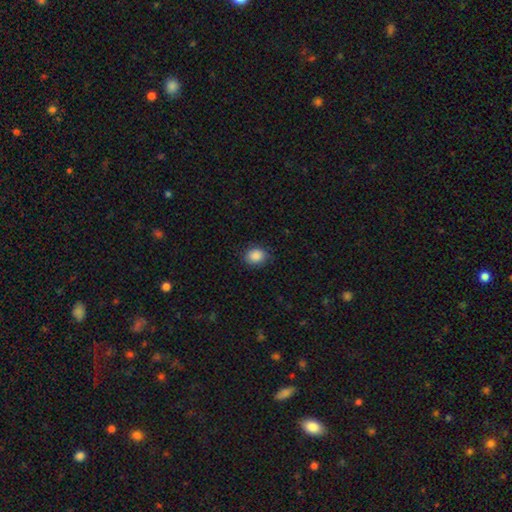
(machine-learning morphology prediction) Smooth or featured? Predicted: smooth (p=0.88). How rounded? Predicted: round (p=0.59). Merging? Predicted: none (p=0.85).